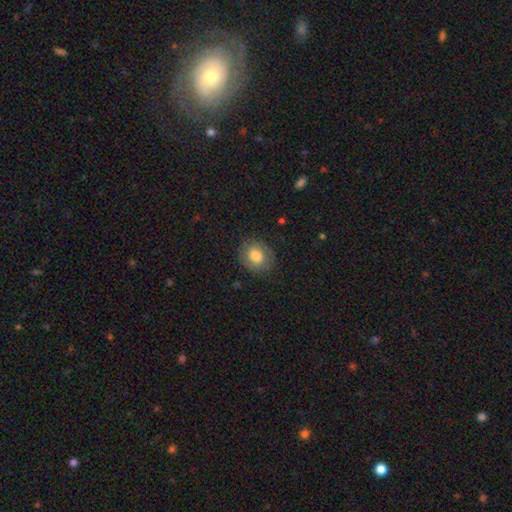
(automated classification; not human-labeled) smooth-or-featured: smooth: 73% | featured or disk: 18% | star or artifact: 9%
  how-rounded: round: 62% | in between: 37% | cigar-shaped: 1%
  merging: none: 82% | minor disturbance: 13% | major disturbance: 4% | merger: 1%